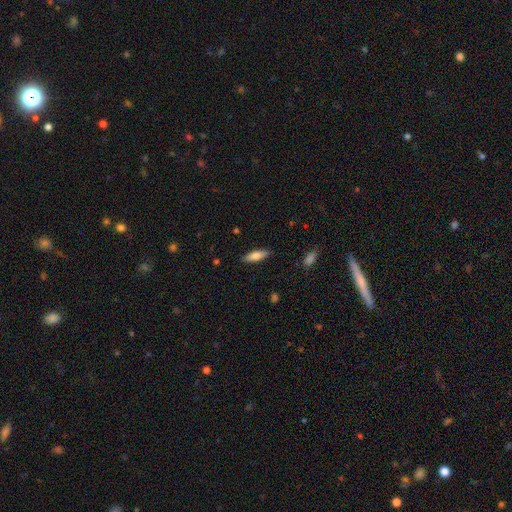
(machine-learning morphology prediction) A smooth galaxy with no disk features (79%) that is in between round and cigar-shaped (55%). Merging: none (87%).